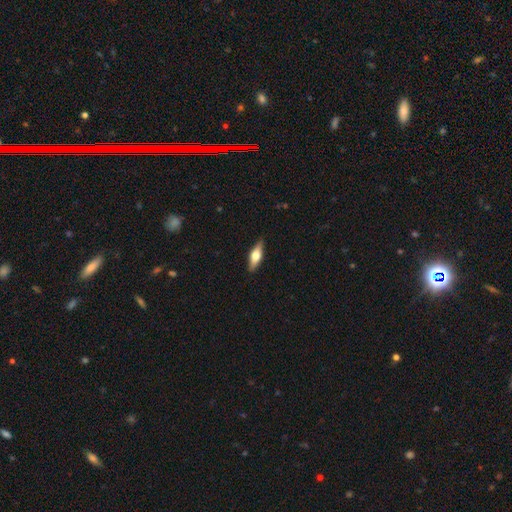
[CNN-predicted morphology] Overall: featured or disk (49%; smooth 45%). Merging: none (88%).